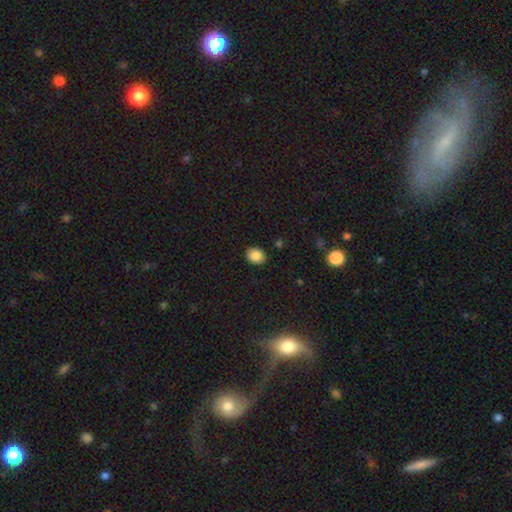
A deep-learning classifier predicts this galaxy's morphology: type=smooth (87%); roundness=round (50%); merging=none (88%).